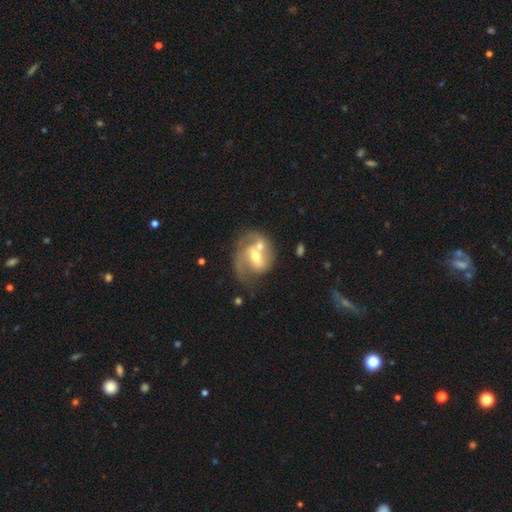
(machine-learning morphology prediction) This appears to be a featured or disk galaxy (70%) with a weak bar (44%), 2 (62%) medium (46%) spiral arms (76%) and a moderate central bulge (67%). Merging: none (36%).